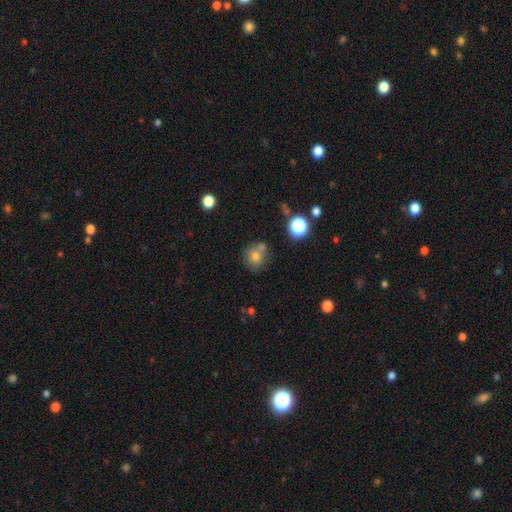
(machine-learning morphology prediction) This appears to be a smooth galaxy with no disk features (70%) that is round (86%). Merging: none (64%).